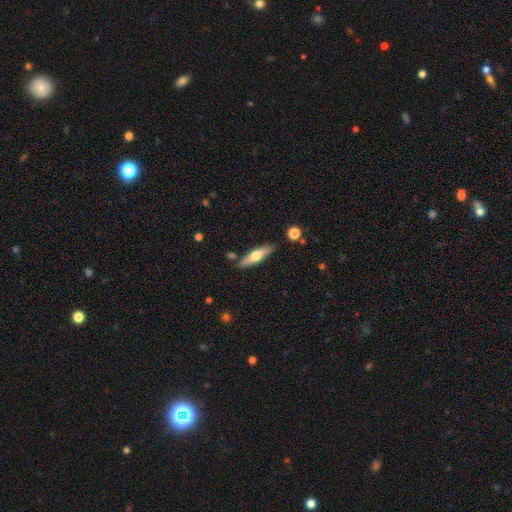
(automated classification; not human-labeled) Smooth or featured? Predicted: smooth (p=0.48). Merging? Predicted: none (p=0.83).